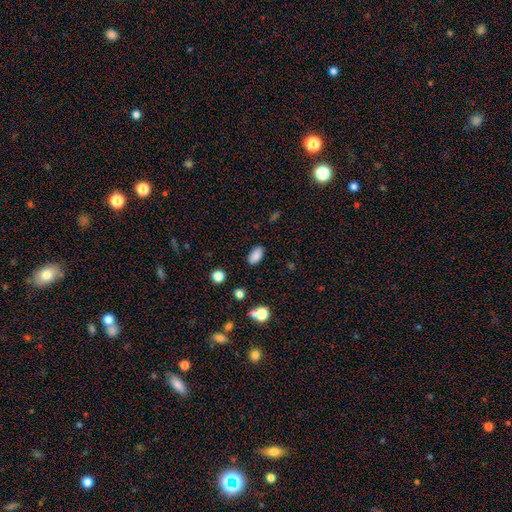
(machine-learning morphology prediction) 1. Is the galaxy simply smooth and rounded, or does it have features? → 85% smooth, 10% star or artifact, 4% featured or disk.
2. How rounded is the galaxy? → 92% in between, 6% round, 2% cigar-shaped.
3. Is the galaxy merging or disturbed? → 86% none, 10% minor disturbance, 3% major disturbance, 1% merger.